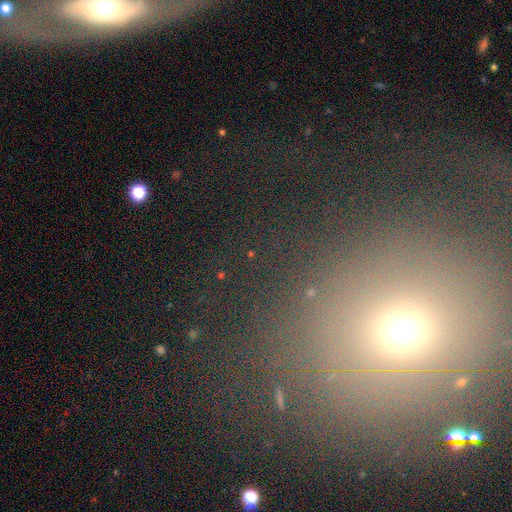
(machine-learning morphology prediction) smooth-or-featured: star or artifact: 48% | smooth: 36% | featured or disk: 16%